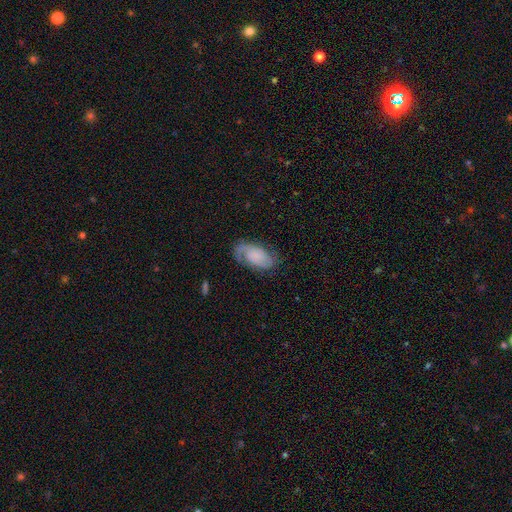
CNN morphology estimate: smooth_or_featured: featured or disk (p=0.63) [alt: smooth p=0.30]
disk_edge_on: no (p=0.96) [alt: yes p=0.04]
bar: no (p=0.73) [alt: weak p=0.22]
has_spiral_arms: yes (p=0.91) [alt: no p=0.09]
spiral_winding: tight (p=0.42) [alt: medium p=0.39]
spiral_arm_count: 2 (p=0.65) [alt: 1 p=0.21]
bulge_size: none (p=0.44) [alt: small p=0.26]
merging: none (p=0.67) [alt: minor disturbance p=0.20]